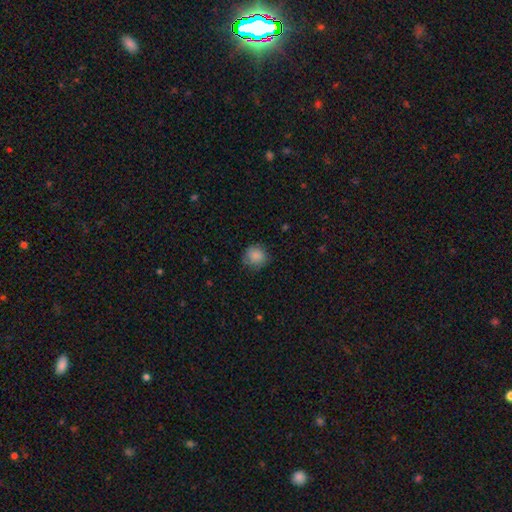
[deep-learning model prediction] smooth 85%, featured or disk 8%, star or artifact 8%. Down the decision tree: how rounded — round (86%); merging — none (74%).